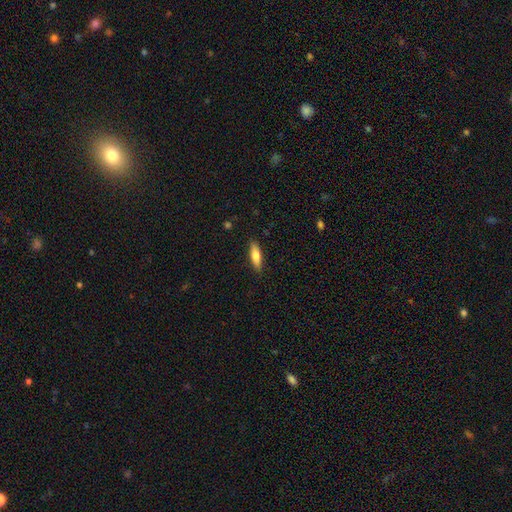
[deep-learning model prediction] smooth_or_featured: smooth (p=0.76) [alt: featured or disk p=0.18]
how_rounded: cigar-shaped (p=0.55) [alt: in between p=0.43]
merging: none (p=0.87) [alt: minor disturbance p=0.09]